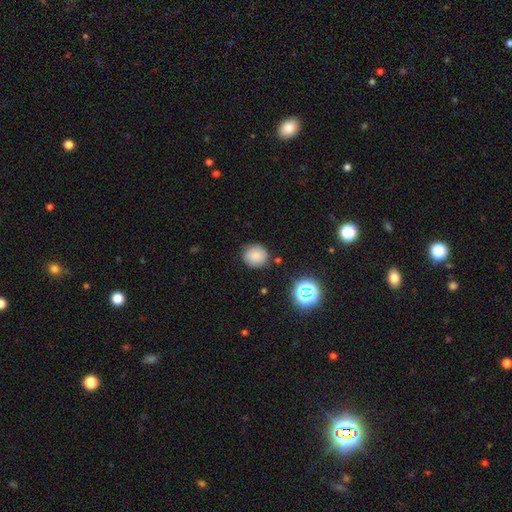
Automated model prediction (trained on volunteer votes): smooth_or_featured: smooth (p=0.81) [alt: star or artifact p=0.13]
how_rounded: round (p=0.90) [alt: in between p=0.09]
merging: none (p=0.84) [alt: minor disturbance p=0.11]